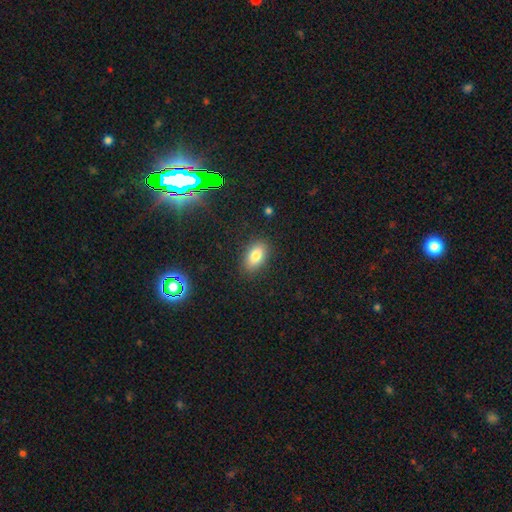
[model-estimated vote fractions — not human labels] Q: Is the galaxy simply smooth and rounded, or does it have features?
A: smooth — 81%.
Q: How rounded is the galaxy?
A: in between — 89%.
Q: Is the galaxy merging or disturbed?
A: none — 86%.